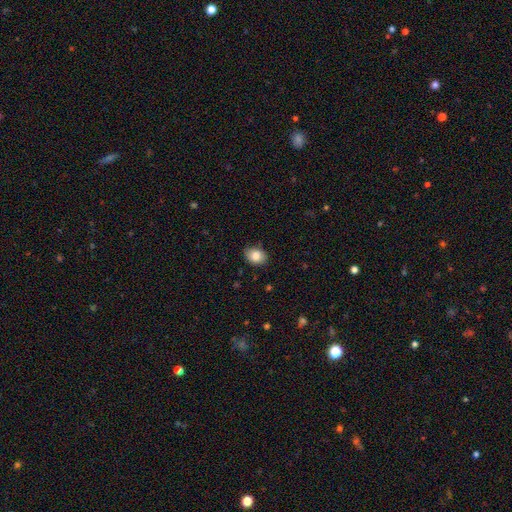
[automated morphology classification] Smooth or featured? Predicted: smooth (p=0.84). How rounded? Predicted: in between (p=0.69). Merging? Predicted: none (p=0.84).